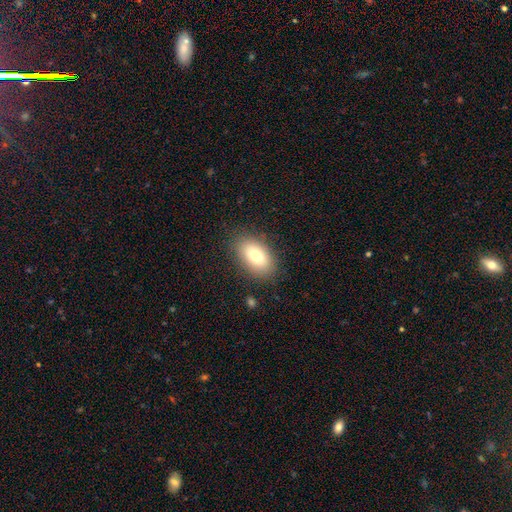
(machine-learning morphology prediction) smooth_or_featured: smooth (p=0.77) [alt: featured or disk p=0.15]
how_rounded: in between (p=0.91) [alt: round p=0.07]
merging: none (p=0.85) [alt: minor disturbance p=0.10]